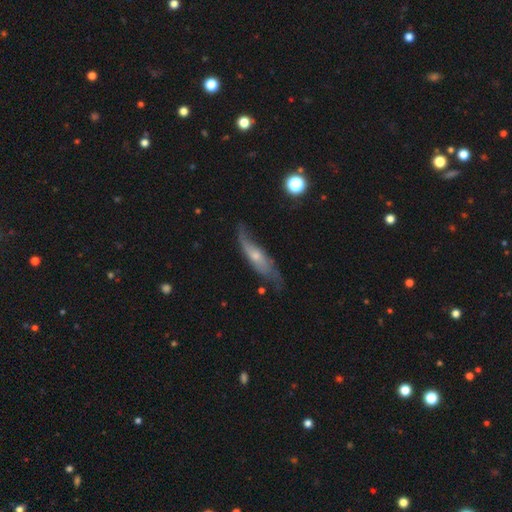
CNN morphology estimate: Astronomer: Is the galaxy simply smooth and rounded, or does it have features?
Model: featured or disk — 64%.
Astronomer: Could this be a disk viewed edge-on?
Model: no — 64%.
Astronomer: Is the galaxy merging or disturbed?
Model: none — 52% (runner-up: minor disturbance, 29%).